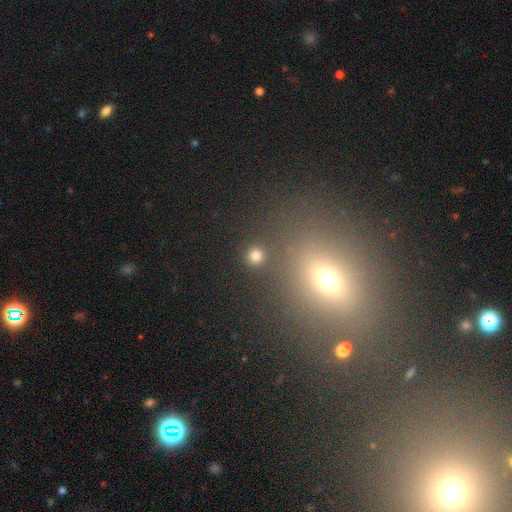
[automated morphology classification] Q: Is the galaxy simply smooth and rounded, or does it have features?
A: smooth — 80%.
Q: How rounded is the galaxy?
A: round — 93%.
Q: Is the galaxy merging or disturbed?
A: none — 88%.